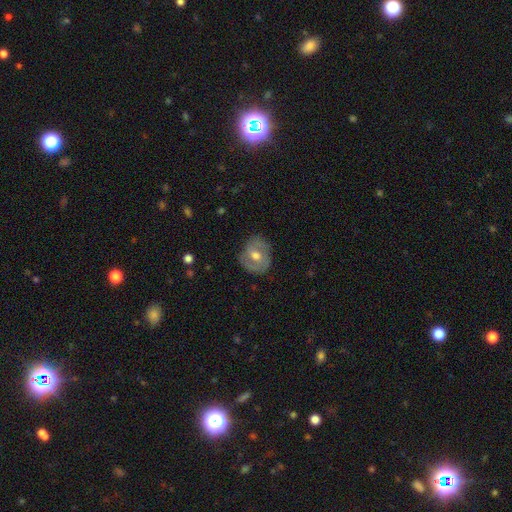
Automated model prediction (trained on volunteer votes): Smooth or featured? Predicted: featured or disk (p=0.54). Edge-on disk? Predicted: no (p=0.95). Bar? Predicted: no (p=0.57). Spiral arms? Predicted: yes (p=0.55). Bulge size? Predicted: moderate (p=0.78). Merging? Predicted: none (p=0.76).